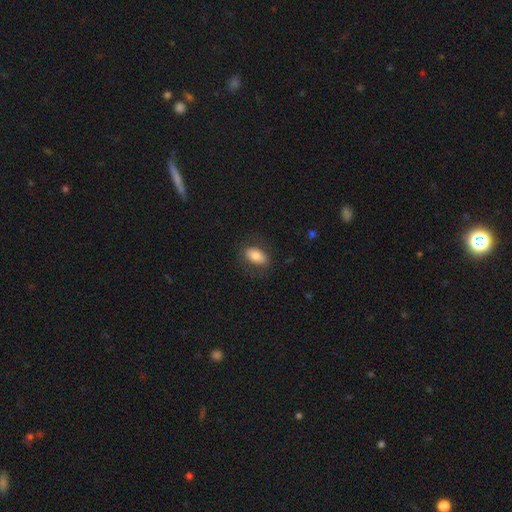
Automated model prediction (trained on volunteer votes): Smooth or featured?
  - smooth: 76% *
  - featured or disk: 17%
  - star or artifact: 7%
How rounded?
  - in between: 90% *
  - round: 6%
  - cigar-shaped: 3%
Merging?
  - none: 80% *
  - minor disturbance: 13%
  - major disturbance: 6%
  - merger: 1%